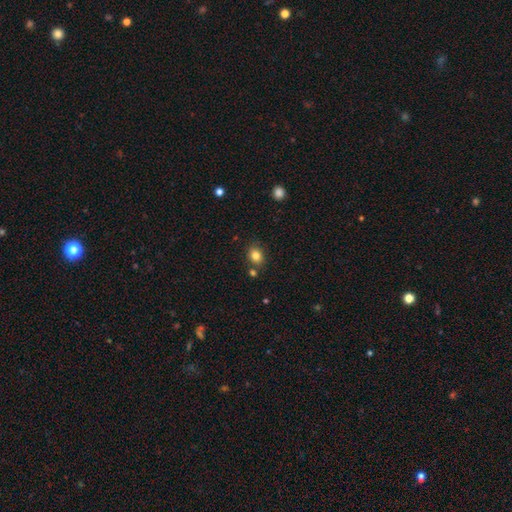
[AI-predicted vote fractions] Q: Smooth or featured?
A: smooth (83%); runner-up: star or artifact (11%)
Q: How rounded?
A: round (53%); runner-up: in between (46%)
Q: Merging?
A: none (77%); runner-up: minor disturbance (12%)